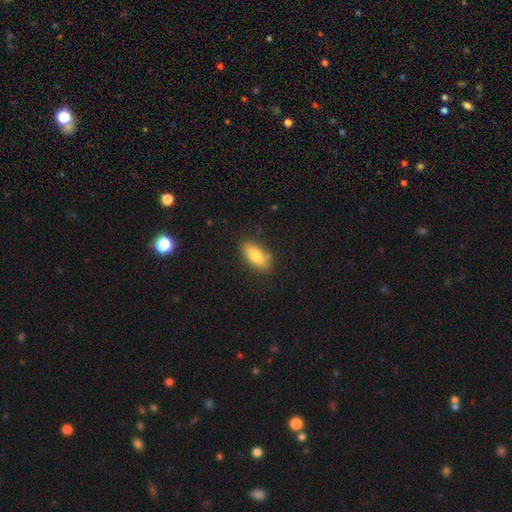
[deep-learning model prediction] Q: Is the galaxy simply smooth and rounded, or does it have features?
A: smooth — 82%.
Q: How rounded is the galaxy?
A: in between — 86%.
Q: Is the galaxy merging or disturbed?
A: none — 80%.